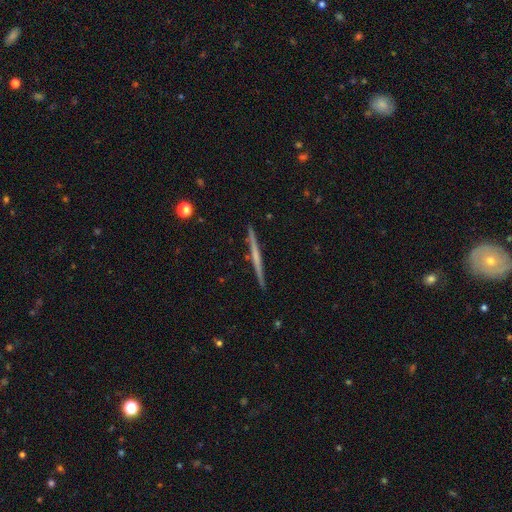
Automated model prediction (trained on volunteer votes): featured or disk 63%, smooth 32%, star or artifact 5%. Down the decision tree: edge-on disk — yes (98%); edge-on bulge — none (79%); merging — none (92%).